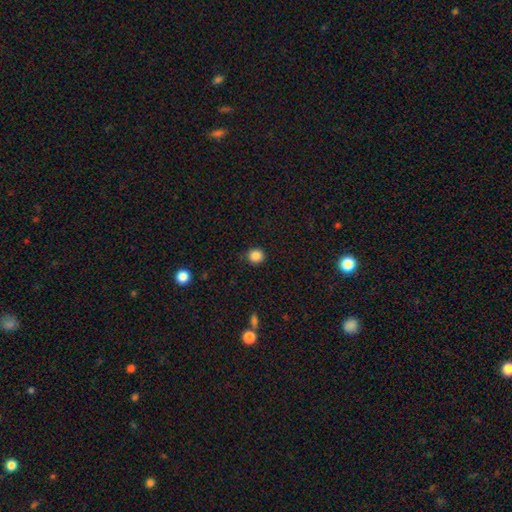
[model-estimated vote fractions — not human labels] Smooth or featured?
  - smooth: 86% *
  - star or artifact: 11%
  - featured or disk: 3%
How rounded?
  - round: 92% *
  - in between: 7%
  - cigar-shaped: 1%
Merging?
  - none: 90% *
  - minor disturbance: 7%
  - major disturbance: 2%
  - merger: 1%